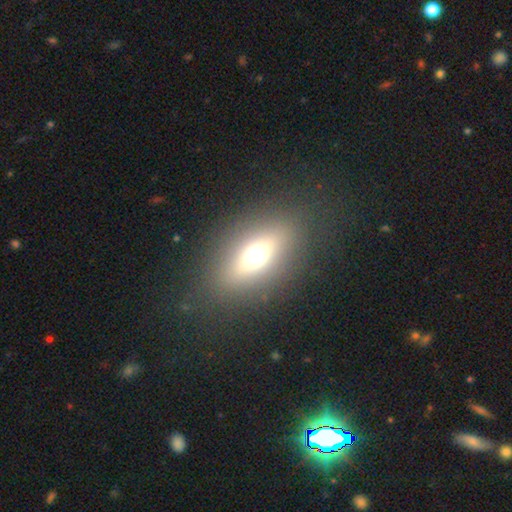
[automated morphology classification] Q: Smooth or featured?
A: smooth (57%); runner-up: featured or disk (28%)
Q: How rounded?
A: in between (72%); runner-up: round (16%)
Q: Merging?
A: none (84%); runner-up: minor disturbance (9%)